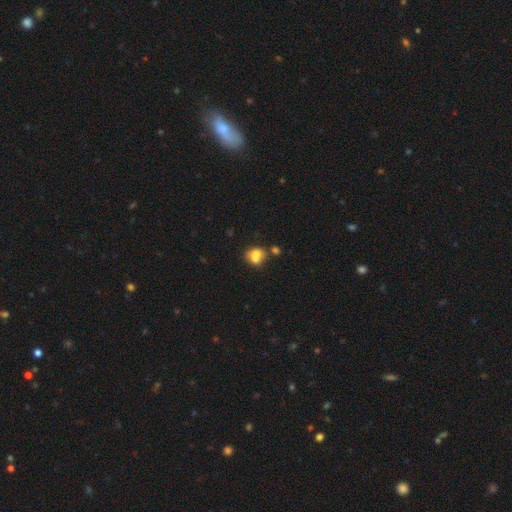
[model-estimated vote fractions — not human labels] smooth_or_featured: smooth (p=0.67) [alt: featured or disk p=0.21]
how_rounded: round (p=0.61) [alt: in between p=0.38]
merging: merger (p=0.51) [alt: none p=0.34]